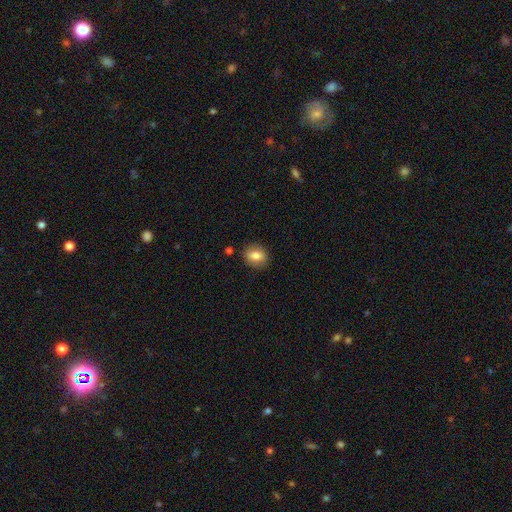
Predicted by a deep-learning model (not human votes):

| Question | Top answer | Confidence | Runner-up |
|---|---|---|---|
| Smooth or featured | smooth | 79% | featured or disk (13%) |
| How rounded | in between | 52% | round (47%) |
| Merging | none | 85% | minor disturbance (10%) |